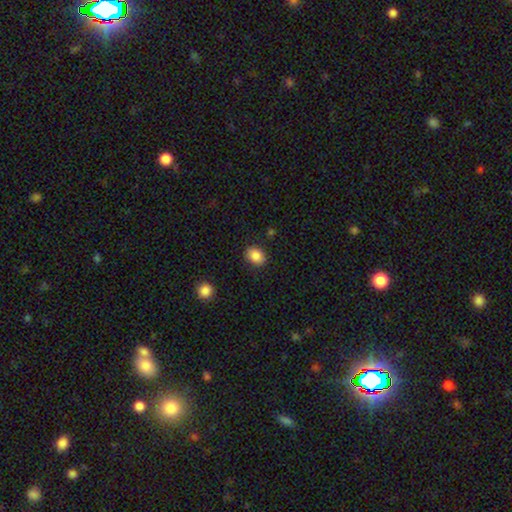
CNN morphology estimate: Q: Smooth or featured?
A: smooth (87%); runner-up: star or artifact (8%)
Q: How rounded?
A: in between (62%); runner-up: round (37%)
Q: Merging?
A: none (87%); runner-up: minor disturbance (9%)